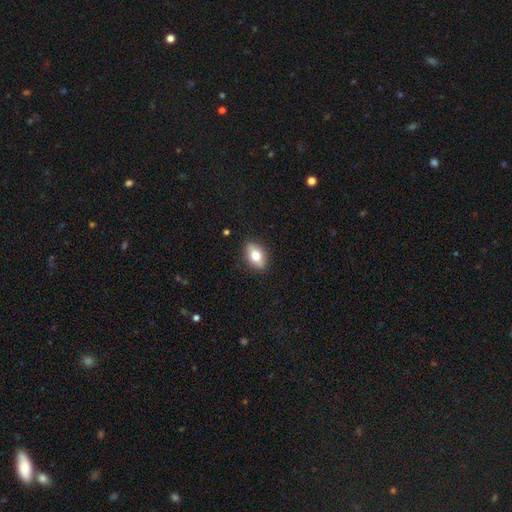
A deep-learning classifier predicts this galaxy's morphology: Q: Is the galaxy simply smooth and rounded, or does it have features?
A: smooth — 66%.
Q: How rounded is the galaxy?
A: in between — 83%.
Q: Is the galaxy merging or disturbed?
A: none — 87%.